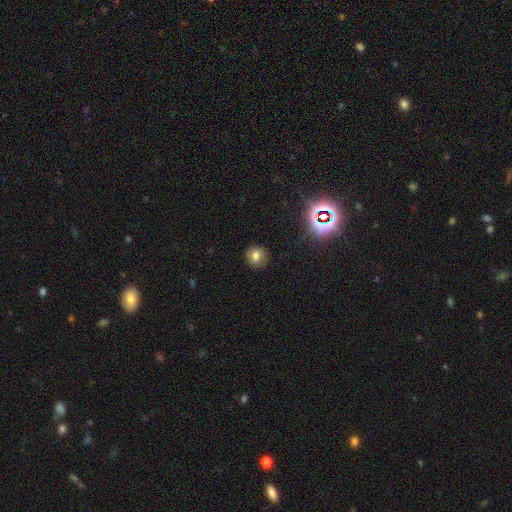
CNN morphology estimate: smooth-or-featured: smooth: 72% | star or artifact: 17% | featured or disk: 11%
  how-rounded: round: 85% | in between: 14% | cigar-shaped: 1%
  merging: none: 87% | minor disturbance: 9% | major disturbance: 2% | merger: 1%